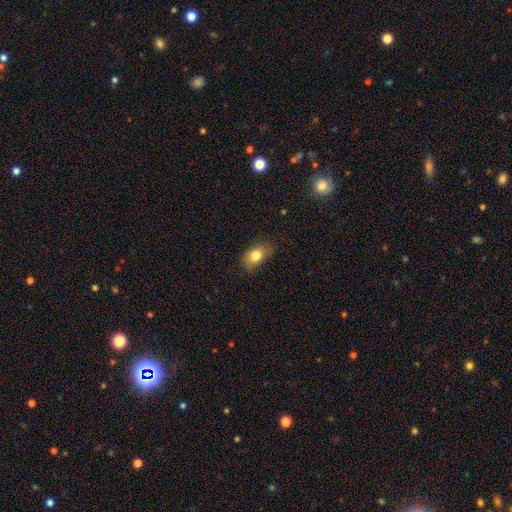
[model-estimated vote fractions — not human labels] A smooth galaxy with no disk features (81%) that is in between round and cigar-shaped (84%). Merging: none (70%).